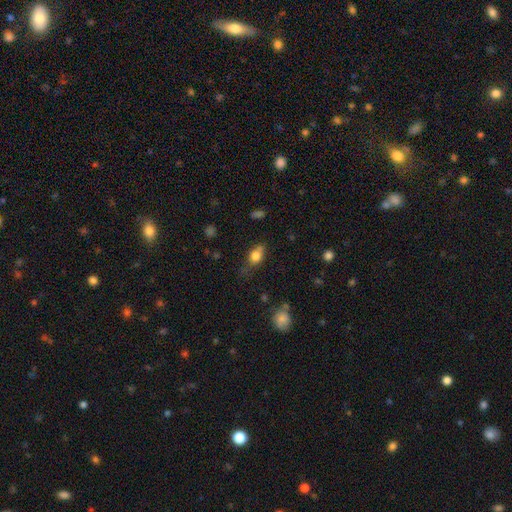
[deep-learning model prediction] The model was most divided on "merging": none: 55%, minor disturbance: 30%, major disturbance: 10%, merger: 4%. More confident: smooth or featured — smooth (78%); how rounded — in between (69%).